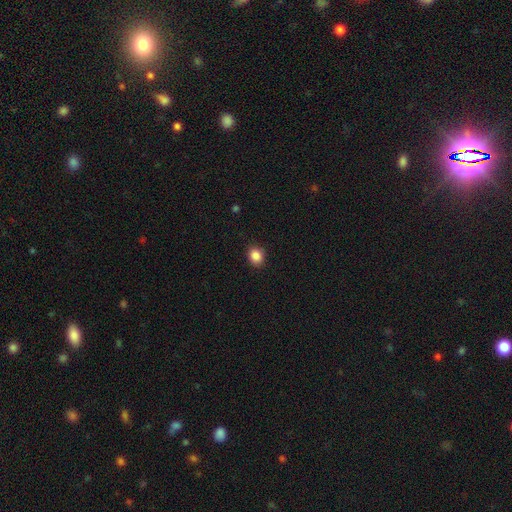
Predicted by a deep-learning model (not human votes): Smooth or featured? smooth (87%)
How rounded? round (64%)
Merging? none (90%)